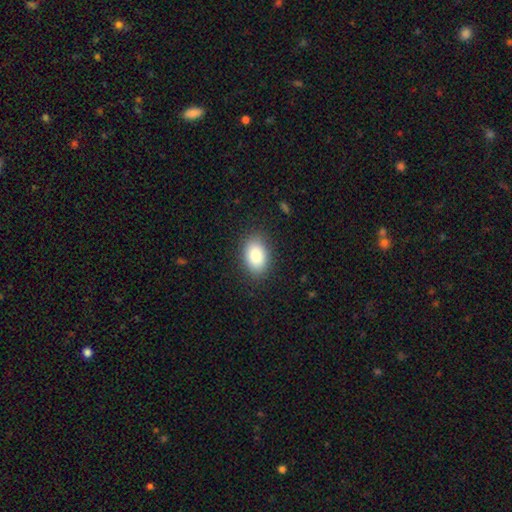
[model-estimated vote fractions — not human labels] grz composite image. It shows a smooth galaxy with no disk features (87%) that is in between round and cigar-shaped (88%). Merging: none (85%).